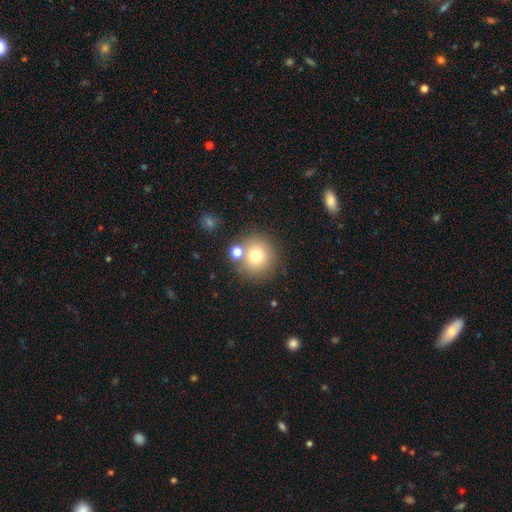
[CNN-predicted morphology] smooth-or-featured: smooth: 73% | star or artifact: 14% | featured or disk: 13%
  how-rounded: round: 90% | in between: 9% | cigar-shaped: 1%
  merging: none: 72% | merger: 15% | minor disturbance: 9% | major disturbance: 4%